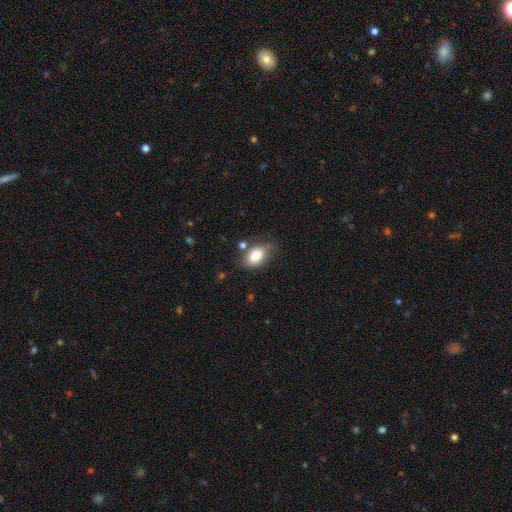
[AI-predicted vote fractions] The model was most divided on "merging": none: 56%, minor disturbance: 28%, major disturbance: 9%, merger: 7%. More confident: how rounded — in between (87%); smooth or featured — smooth (84%).